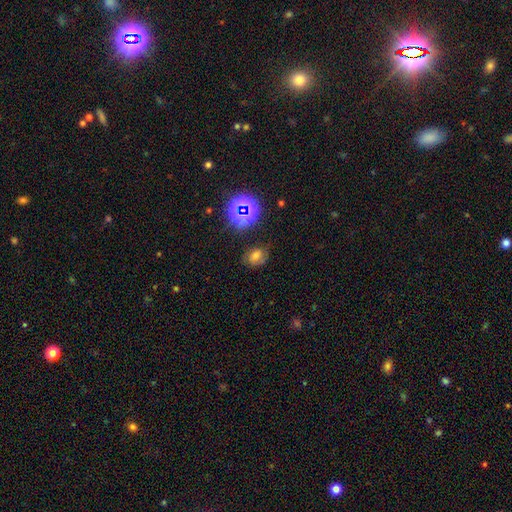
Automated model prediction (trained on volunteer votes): This appears to be a smooth galaxy with no disk features (53%) that is in between round and cigar-shaped (60%). Merging: none (70%).